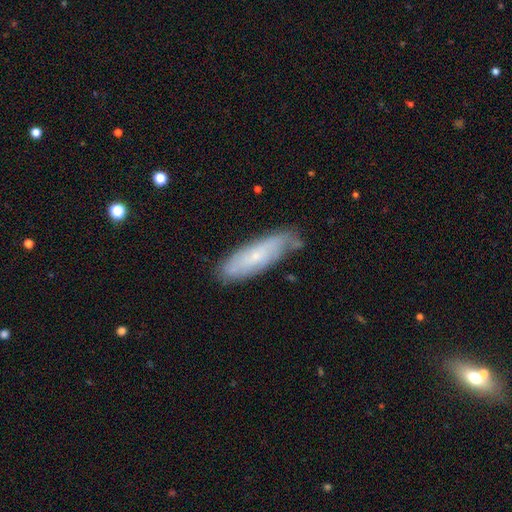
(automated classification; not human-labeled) Morphology: type=smooth (49%); merging=none (71%).